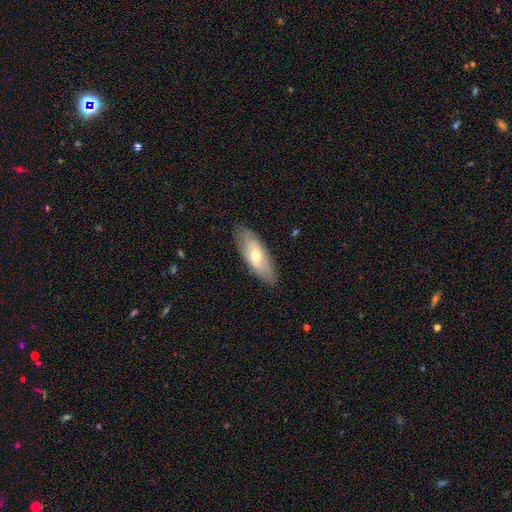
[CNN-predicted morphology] A smooth galaxy with no disk features (57%) that is in between round and cigar-shaped (67%).

Vote fractions:
- Smooth or featured? smooth: 57% / featured or disk: 37% / star or artifact: 6%
- How rounded? in between: 67% / cigar-shaped: 31% / round: 3%
- Merging? none: 84% / minor disturbance: 12% / major disturbance: 3% / merger: 1%